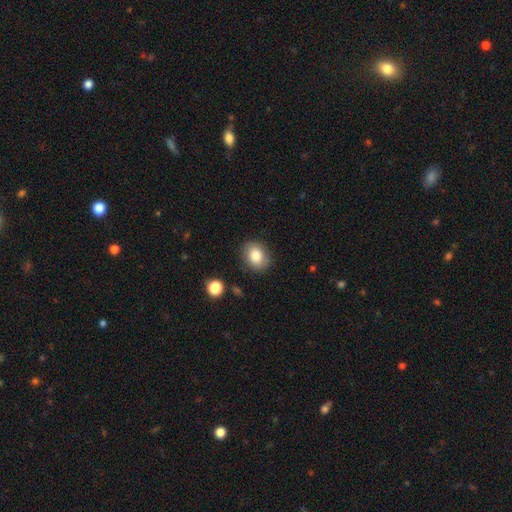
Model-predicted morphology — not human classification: Smooth or featured: smooth — 82% (featured or disk — 9%)
How rounded: in between — 50% (round — 49%)
Merging: none — 85% (minor disturbance — 10%)